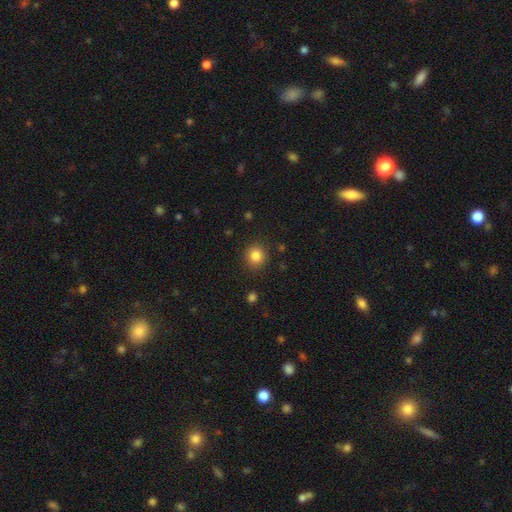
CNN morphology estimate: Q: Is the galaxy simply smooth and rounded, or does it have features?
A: smooth — 84%.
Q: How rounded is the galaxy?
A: round — 88%.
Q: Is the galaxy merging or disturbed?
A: none — 89%.